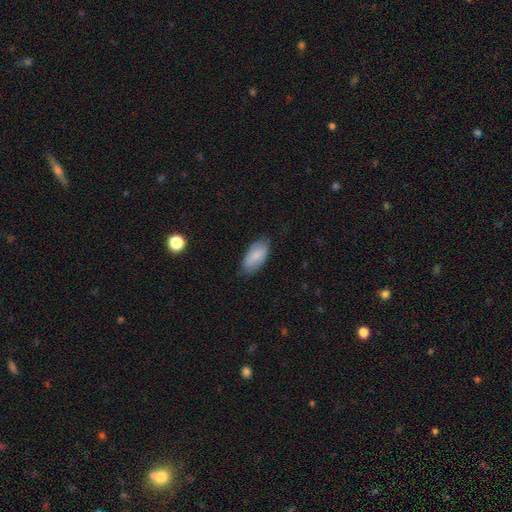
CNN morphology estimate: smooth_or_featured: smooth (p=0.78) [alt: featured or disk p=0.15]
how_rounded: in between (p=0.92) [alt: cigar-shaped p=0.06]
merging: none (p=0.77) [alt: minor disturbance p=0.19]